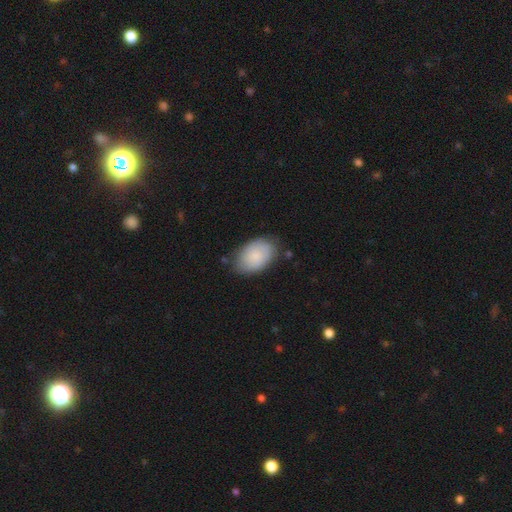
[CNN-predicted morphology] smooth_or_featured: smooth (p=0.81) [alt: featured or disk p=0.13]
how_rounded: in between (p=0.90) [alt: round p=0.08]
merging: none (p=0.75) [alt: minor disturbance p=0.19]